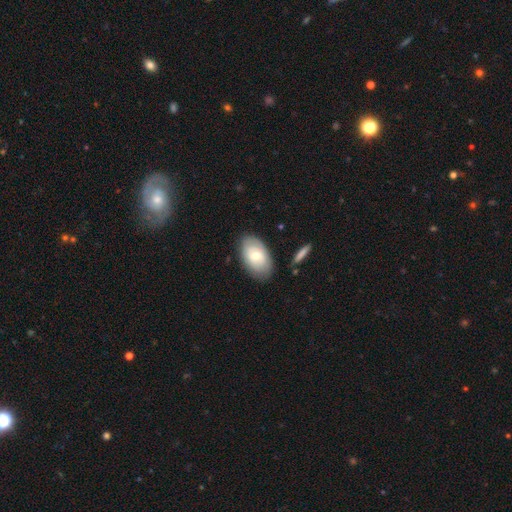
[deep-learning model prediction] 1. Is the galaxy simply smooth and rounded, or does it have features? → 56% smooth, 37% featured or disk, 6% star or artifact.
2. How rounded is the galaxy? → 92% in between, 7% round, 1% cigar-shaped.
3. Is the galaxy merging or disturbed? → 80% none, 14% minor disturbance, 3% major disturbance, 2% merger.